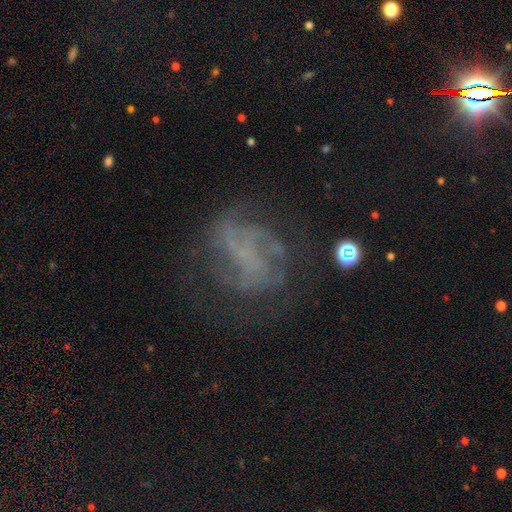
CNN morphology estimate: Smooth or featured: featured or disk — 67% (smooth — 18%)
Edge-on disk: no — 98% (yes — 2%)
Bar: no — 71% (weak — 22%)
Spiral arms: yes — 60% (no — 40%)
Bulge size: none — 60% (small — 30%)
Merging: none — 53% (major disturbance — 26%)